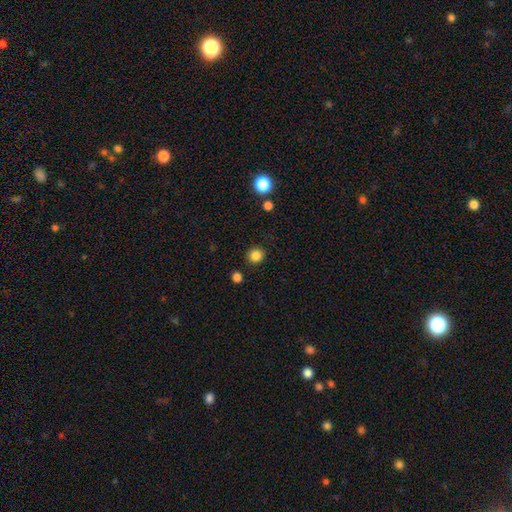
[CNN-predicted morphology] Overall: smooth (84%). How rounded: round (91%). Merging: none (89%).